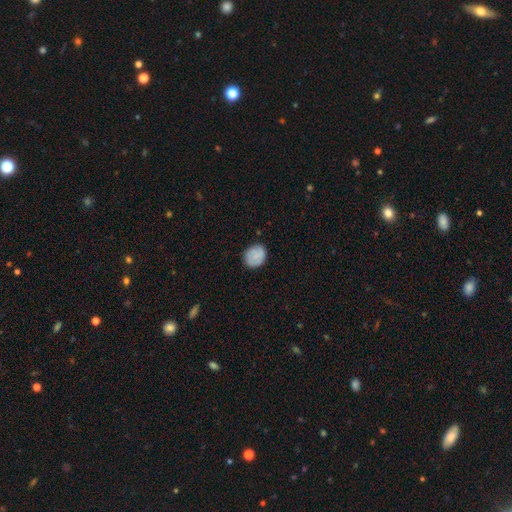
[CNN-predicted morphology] Overall: smooth (79%). How rounded: round (65%; in between 34%). Merging: none (82%).